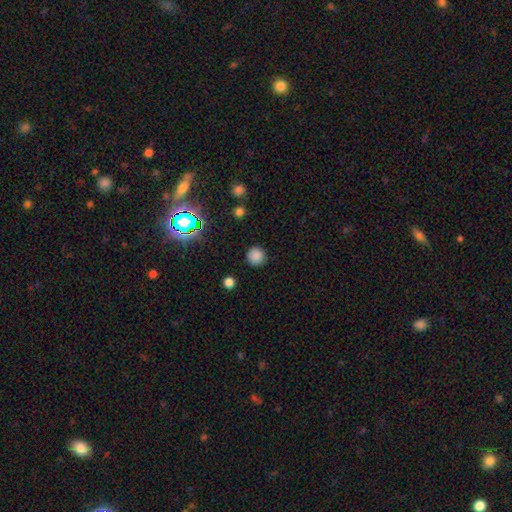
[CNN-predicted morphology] This appears to be a smooth galaxy with no disk features (81%) that is round (94%). Merging: none (89%).